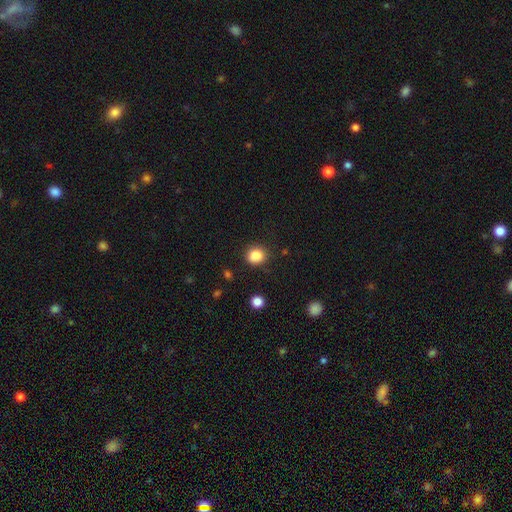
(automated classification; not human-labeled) A smooth galaxy with no disk features (86%) that is round (75%). Merging: none (84%).